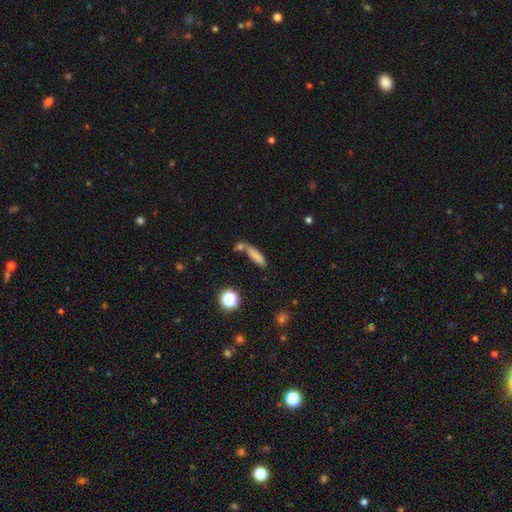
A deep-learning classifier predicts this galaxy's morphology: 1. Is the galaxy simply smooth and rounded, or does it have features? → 77% smooth, 12% star or artifact, 11% featured or disk.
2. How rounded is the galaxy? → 68% cigar-shaped, 28% in between, 4% round.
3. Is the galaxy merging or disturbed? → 55% none, 25% merger, 14% minor disturbance, 5% major disturbance.